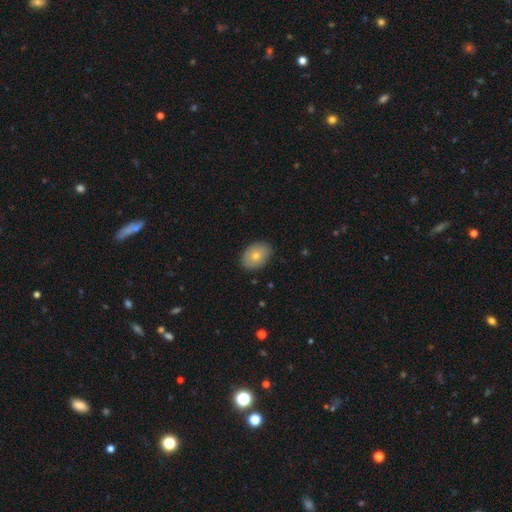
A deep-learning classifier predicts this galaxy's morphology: Smooth or featured: smooth — 74% (featured or disk — 19%)
How rounded: in between — 79% (round — 20%)
Merging: none — 85% (minor disturbance — 11%)